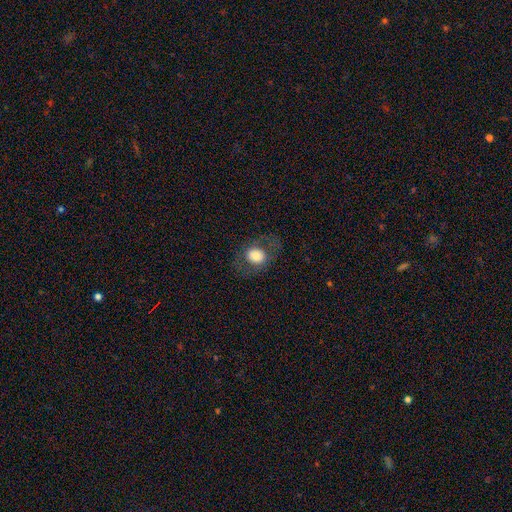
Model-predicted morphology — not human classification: This is likely a smooth galaxy (70%). How rounded: likely round (63%). Merging: likely none (75%).